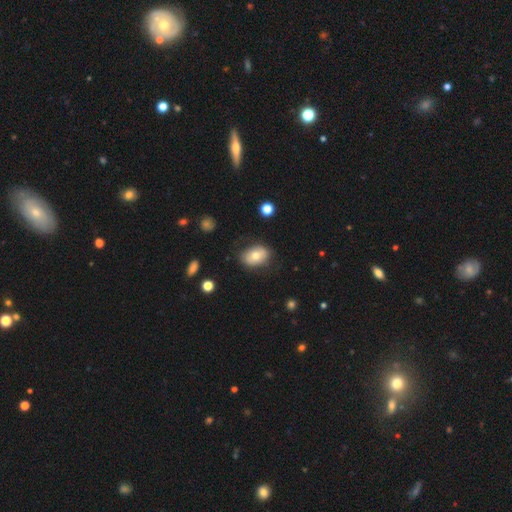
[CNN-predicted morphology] Smooth or featured: smooth — 70% (featured or disk — 22%)
How rounded: in between — 80% (round — 19%)
Merging: none — 76% (minor disturbance — 17%)